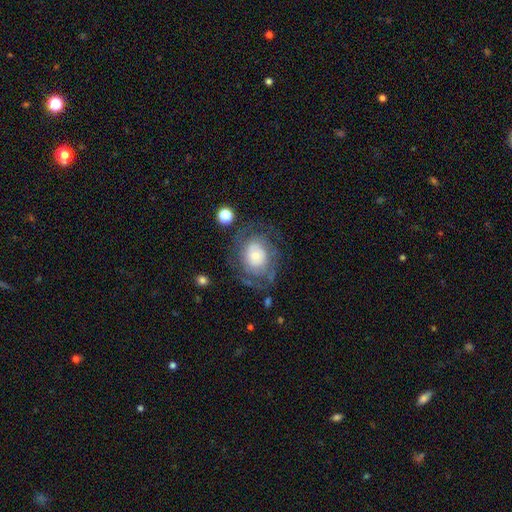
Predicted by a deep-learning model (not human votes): Smooth or featured?
  - featured or disk: 55% *
  - smooth: 37%
  - star or artifact: 8%
Edge-on disk?
  - no: 96% *
  - yes: 4%
Bar?
  - no: 84% *
  - weak: 13%
  - strong: 3%
Spiral arms?
  - yes: 61% *
  - no: 39%
Bulge size?
  - small: 51% *
  - moderate: 29%
  - large: 14%
  - dominant: 4%
  - none: 3%
Merging?
  - none: 61% *
  - minor disturbance: 19%
  - major disturbance: 17%
  - merger: 2%